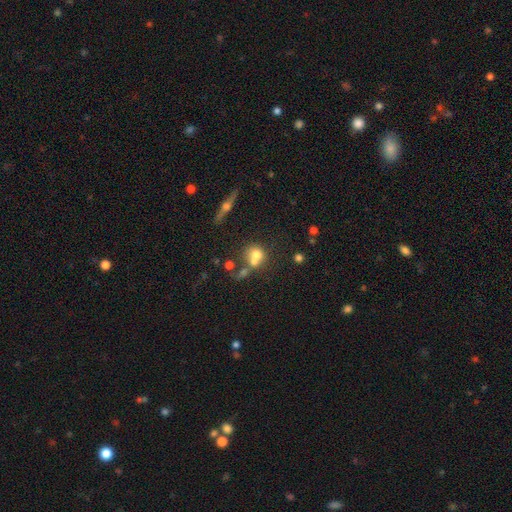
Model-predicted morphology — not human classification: This is likely a smooth galaxy (67%). How rounded: likely round (79%). Merging: possibly merger (47%).